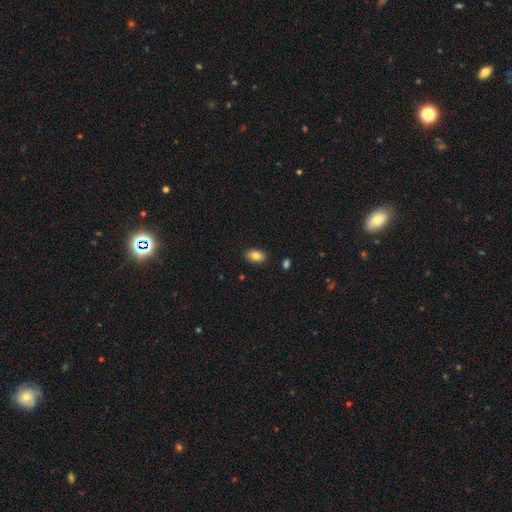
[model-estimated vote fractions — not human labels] Smooth or featured: smooth — 83% (featured or disk — 10%)
How rounded: in between — 91% (round — 7%)
Merging: none — 87% (minor disturbance — 9%)